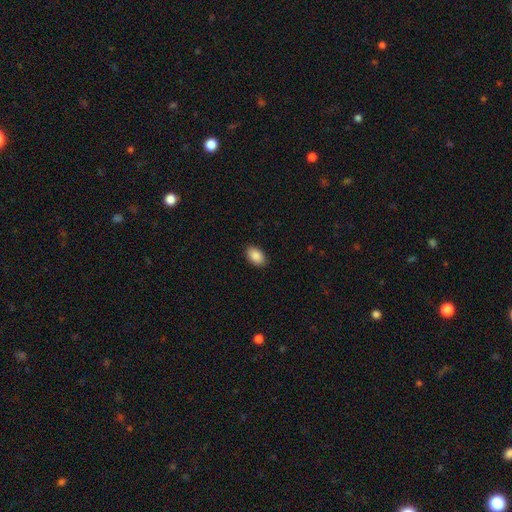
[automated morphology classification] type=smooth (90%); roundness=in between (89%); merging=none (89%).